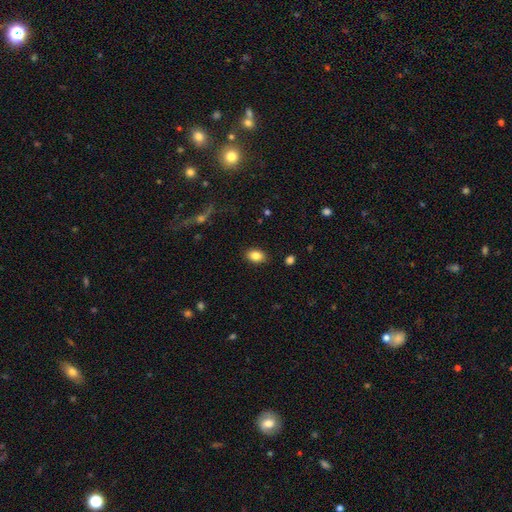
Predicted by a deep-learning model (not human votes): This appears to be a smooth galaxy with no disk features (85%) that is in between round and cigar-shaped (78%). Merging: none (88%).